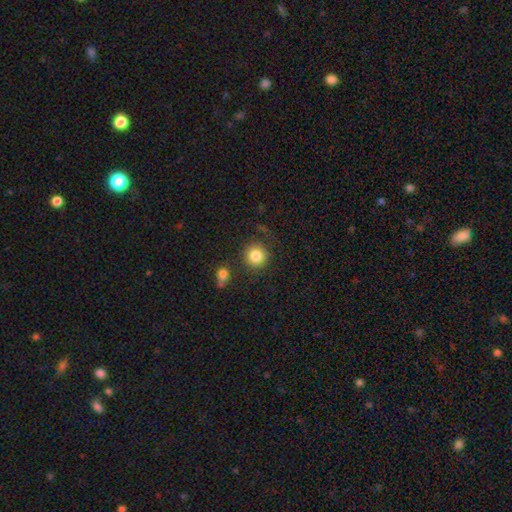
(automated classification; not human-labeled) smooth-or-featured: smooth: 83% | star or artifact: 10% | featured or disk: 7%
  how-rounded: round: 93% | in between: 6% | cigar-shaped: 1%
  merging: none: 81% | minor disturbance: 10% | merger: 5% | major disturbance: 4%